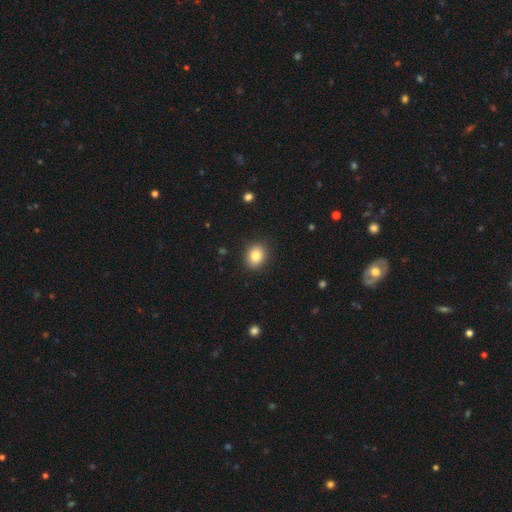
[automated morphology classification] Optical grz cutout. It shows a smooth galaxy with no disk features (83%) that is round (56%). Merging: none (90%).